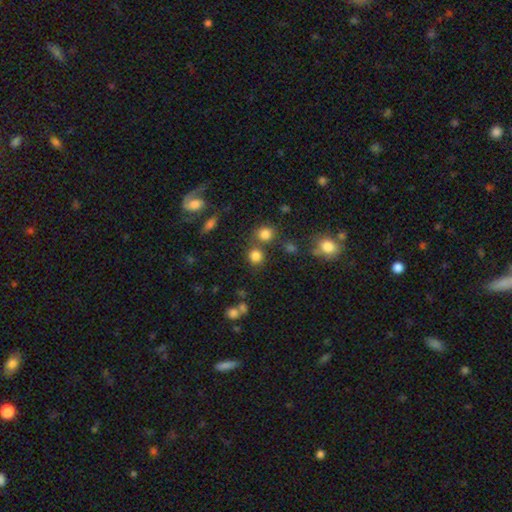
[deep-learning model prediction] The model was most divided on "merging": none: 69%, merger: 18%, minor disturbance: 9%, major disturbance: 4%. More confident: how rounded — round (86%); smooth or featured — smooth (79%).